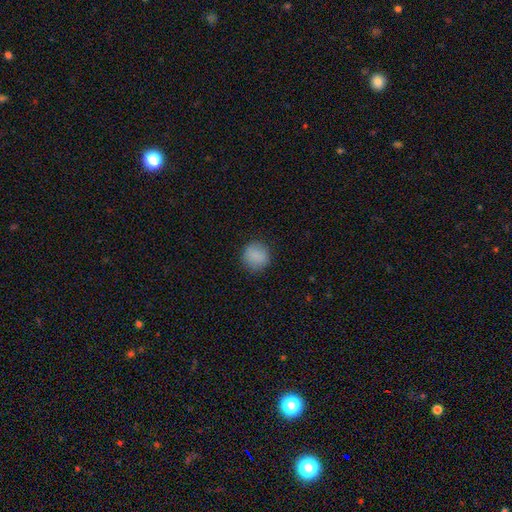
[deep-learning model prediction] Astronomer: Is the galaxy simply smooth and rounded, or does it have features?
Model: smooth — 88%.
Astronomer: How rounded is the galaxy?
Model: round — 90%.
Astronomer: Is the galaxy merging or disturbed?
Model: none — 87%.